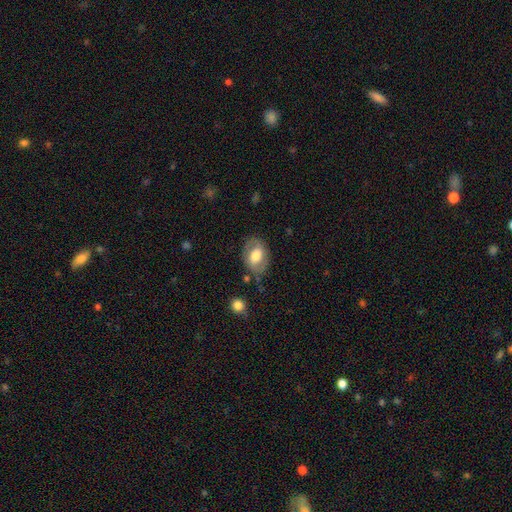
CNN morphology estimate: Smooth or featured?
  - smooth: 57% *
  - featured or disk: 36%
  - star or artifact: 7%
How rounded?
  - in between: 79% *
  - round: 19%
  - cigar-shaped: 1%
Merging?
  - none: 75% *
  - minor disturbance: 16%
  - major disturbance: 6%
  - merger: 2%